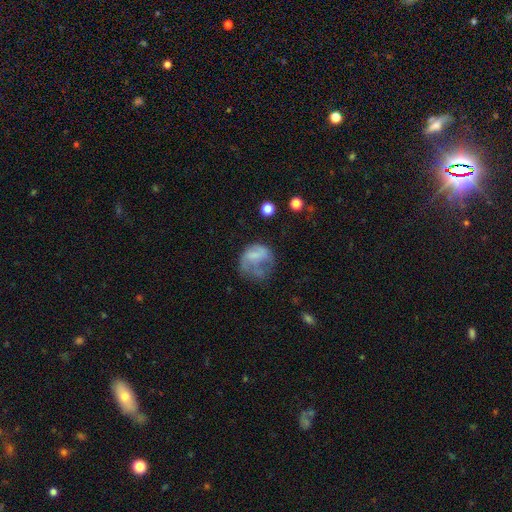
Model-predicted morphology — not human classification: smooth_or_featured: smooth (p=0.50) [alt: featured or disk p=0.38]
how_rounded: round (p=0.60) [alt: in between p=0.39]
merging: major disturbance (p=0.41) [alt: none p=0.30]